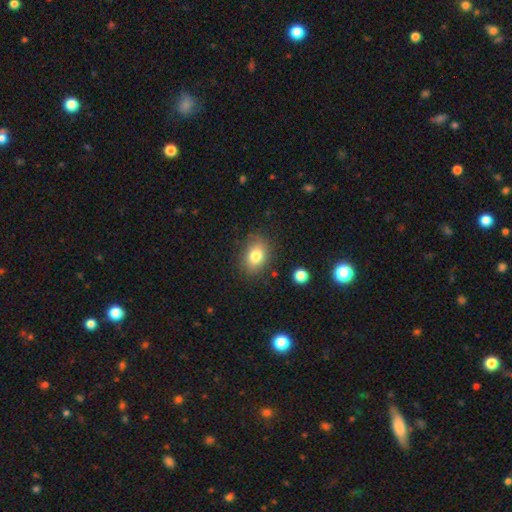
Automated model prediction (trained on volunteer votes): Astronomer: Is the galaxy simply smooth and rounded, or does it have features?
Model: smooth — 80%.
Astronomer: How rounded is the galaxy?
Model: in between — 76%.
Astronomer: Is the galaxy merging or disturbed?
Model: none — 81%.